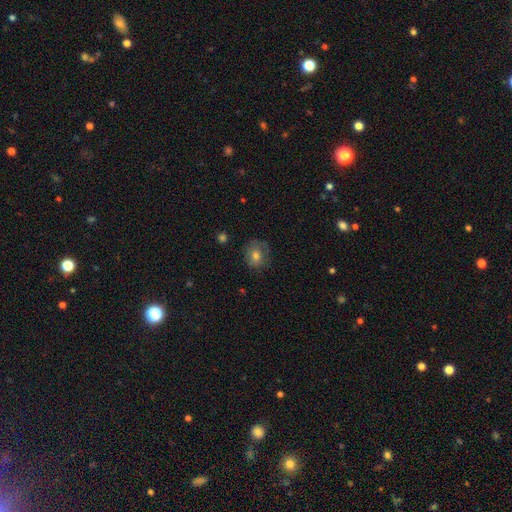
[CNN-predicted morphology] This appears to be a smooth galaxy with no disk features (65%) that is round (77%). Merging: none (72%).